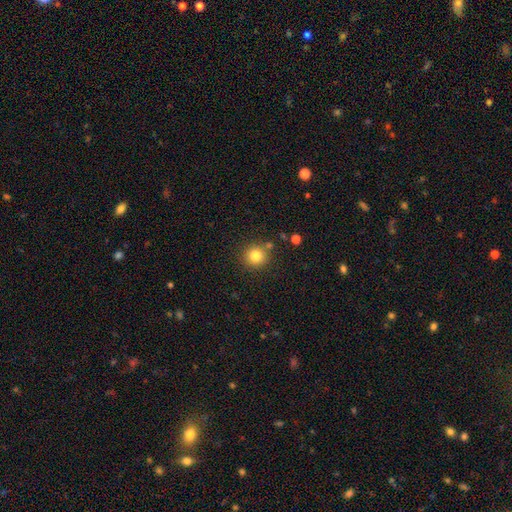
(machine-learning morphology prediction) Q: Smooth or featured?
A: smooth (81%); runner-up: star or artifact (12%)
Q: How rounded?
A: round (93%); runner-up: in between (6%)
Q: Merging?
A: none (83%); runner-up: minor disturbance (8%)